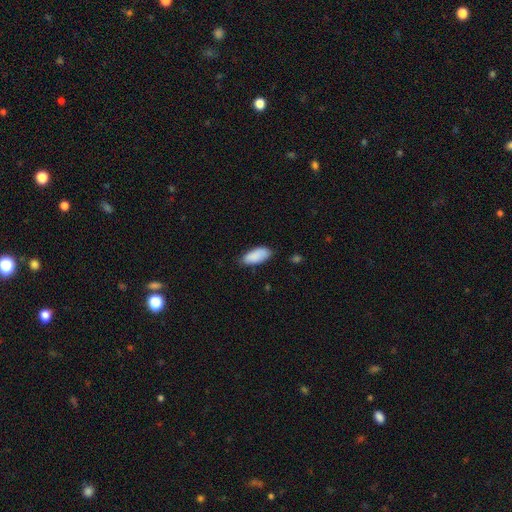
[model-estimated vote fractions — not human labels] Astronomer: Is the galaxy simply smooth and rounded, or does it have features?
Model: smooth — 89%.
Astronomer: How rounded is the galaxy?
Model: in between — 89%.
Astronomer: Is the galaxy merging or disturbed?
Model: none — 76%.